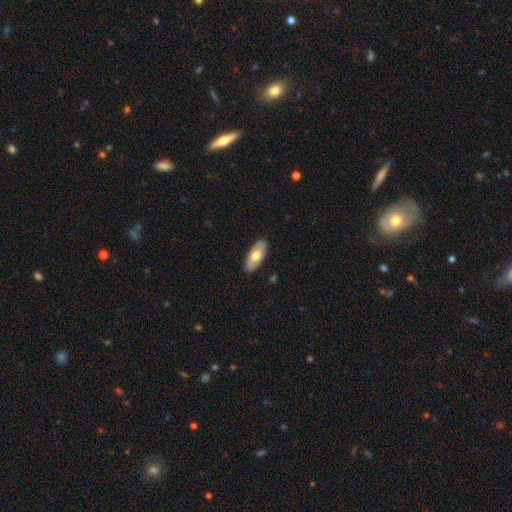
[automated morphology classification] smooth-or-featured: smooth: 67% | featured or disk: 28% | star or artifact: 5%
  how-rounded: in between: 87% | cigar-shaped: 11% | round: 2%
  merging: none: 88% | minor disturbance: 9% | major disturbance: 2% | merger: 1%